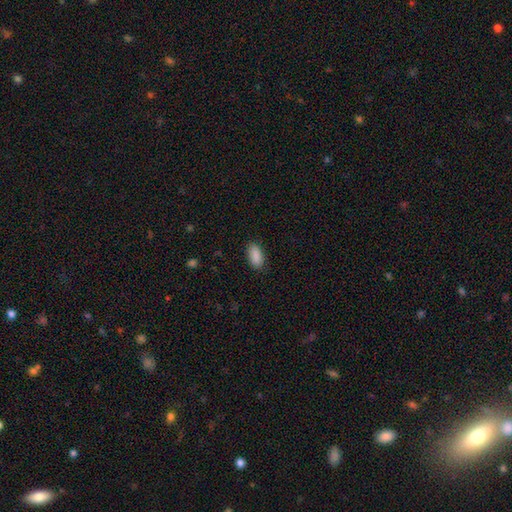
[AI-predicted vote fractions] smooth-or-featured: smooth: 90% | star or artifact: 7% | featured or disk: 3%
  how-rounded: in between: 91% | cigar-shaped: 6% | round: 3%
  merging: none: 87% | minor disturbance: 10% | major disturbance: 2% | merger: 1%